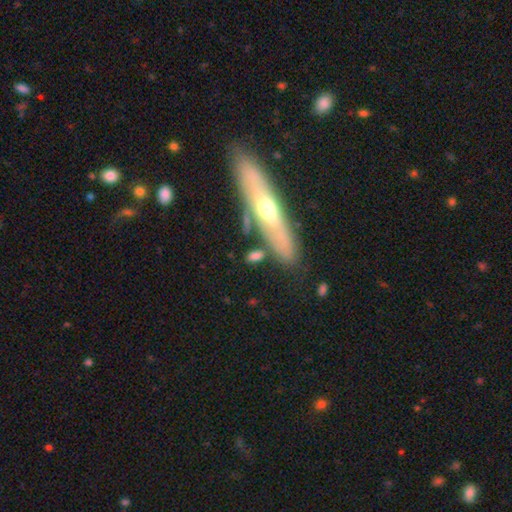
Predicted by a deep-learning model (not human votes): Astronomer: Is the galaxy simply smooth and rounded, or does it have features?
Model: smooth — 66%.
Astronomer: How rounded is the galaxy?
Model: in between — 64%.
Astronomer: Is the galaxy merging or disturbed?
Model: none — 65%.